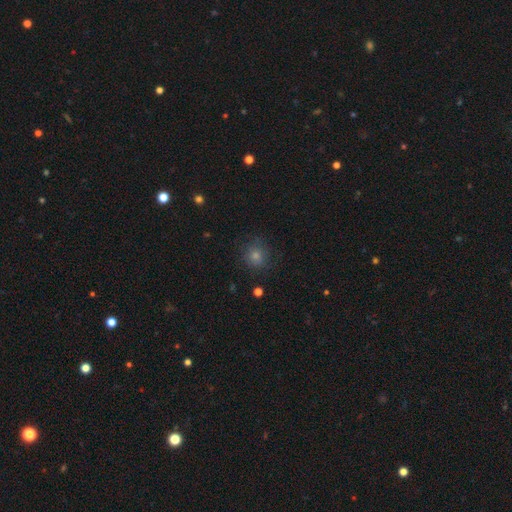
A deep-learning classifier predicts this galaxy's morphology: Q: Smooth or featured?
A: smooth (66%); runner-up: star or artifact (25%)
Q: How rounded?
A: round (89%); runner-up: in between (10%)
Q: Merging?
A: none (85%); runner-up: minor disturbance (10%)